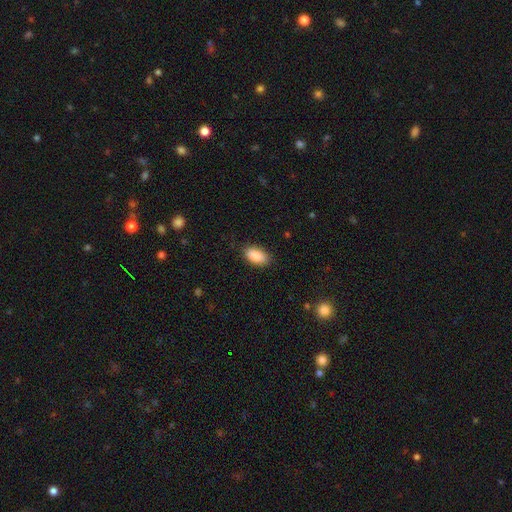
Morphology: type=smooth (92%); roundness=in between (91%); merging=none (83%).